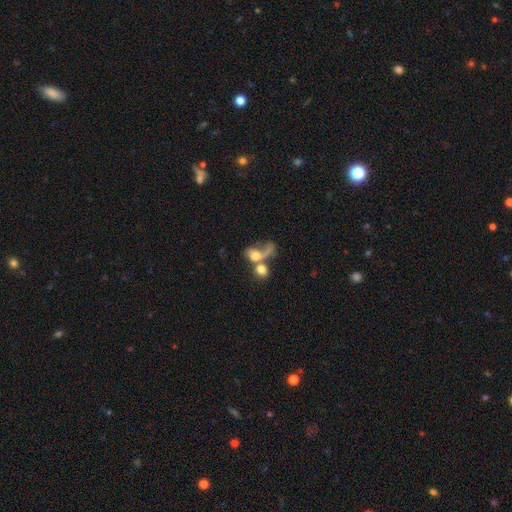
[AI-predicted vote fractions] Smooth or featured? smooth (55%)
How rounded? in between (50%)
Merging? merger (57%)